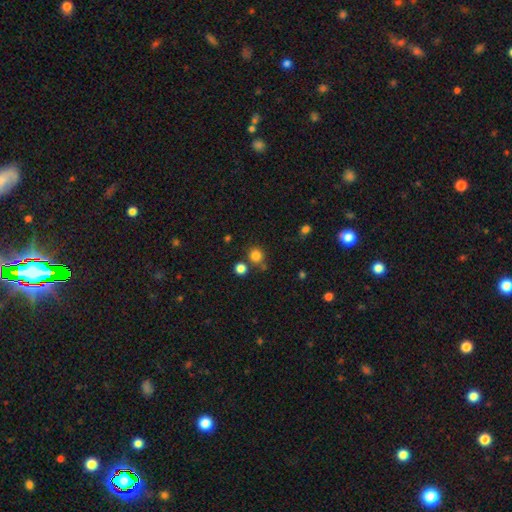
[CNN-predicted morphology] smooth 82%, star or artifact 14%, featured or disk 5%. Down the decision tree: how rounded — round (89%); merging — none (73%).